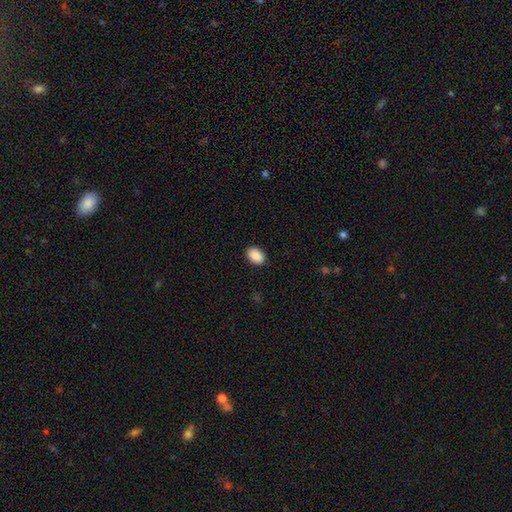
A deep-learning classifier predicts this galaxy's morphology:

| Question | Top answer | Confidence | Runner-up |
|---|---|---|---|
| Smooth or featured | smooth | 91% | star or artifact (7%) |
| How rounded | in between | 86% | round (13%) |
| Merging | none | 90% | minor disturbance (8%) |